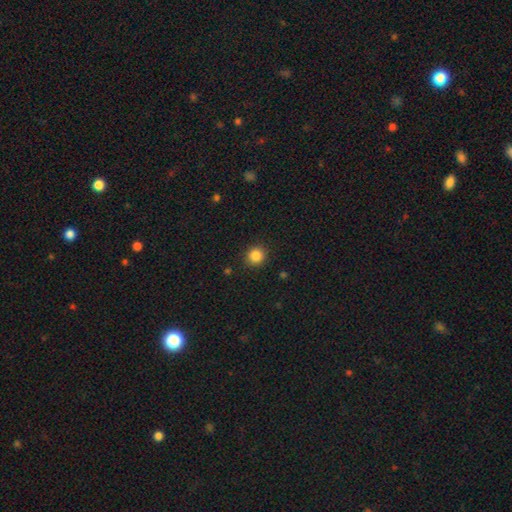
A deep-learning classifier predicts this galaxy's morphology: Q: Smooth or featured?
A: smooth (86%); runner-up: star or artifact (11%)
Q: How rounded?
A: round (92%); runner-up: in between (7%)
Q: Merging?
A: none (91%); runner-up: minor disturbance (6%)